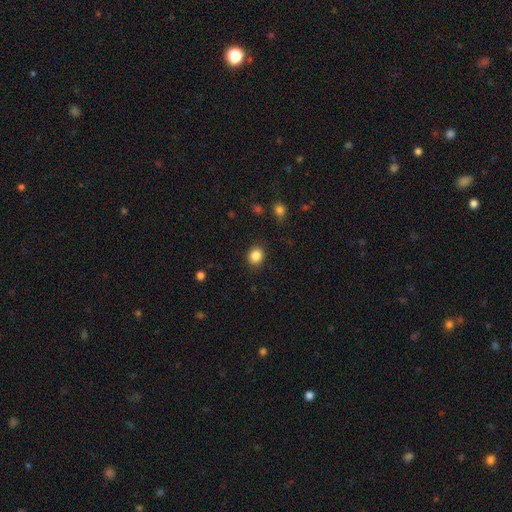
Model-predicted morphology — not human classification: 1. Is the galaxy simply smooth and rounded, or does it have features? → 85% smooth, 10% star or artifact, 4% featured or disk.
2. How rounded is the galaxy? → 74% round, 25% in between, 1% cigar-shaped.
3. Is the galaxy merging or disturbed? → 89% none, 8% minor disturbance, 2% major disturbance, 1% merger.